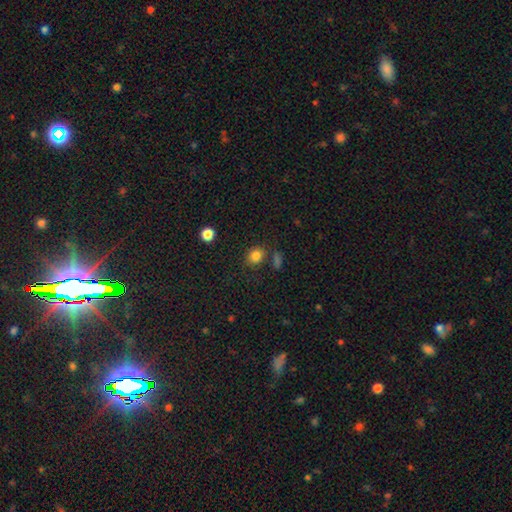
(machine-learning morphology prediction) Smooth or featured? Predicted: smooth (p=0.83). How rounded? Predicted: round (p=0.65). Merging? Predicted: none (p=0.74).